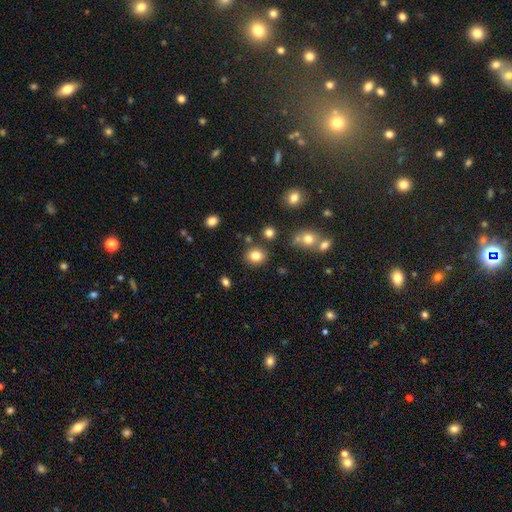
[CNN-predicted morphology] A smooth galaxy with no disk features (81%) that is round (73%).

Vote fractions:
- Smooth or featured? smooth: 81% / star or artifact: 12% / featured or disk: 7%
- How rounded? round: 73% / in between: 26% / cigar-shaped: 1%
- Merging? none: 84% / minor disturbance: 9% / merger: 4% / major disturbance: 3%